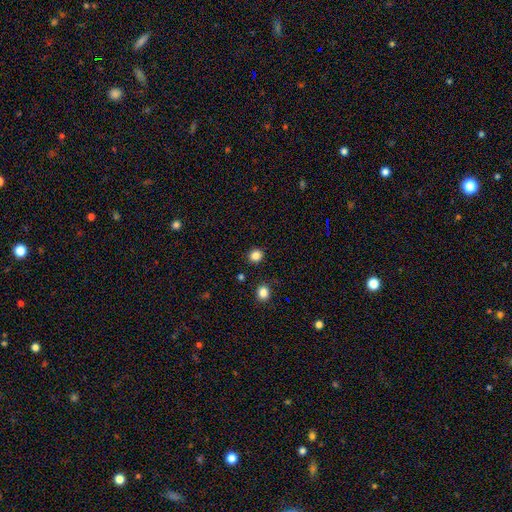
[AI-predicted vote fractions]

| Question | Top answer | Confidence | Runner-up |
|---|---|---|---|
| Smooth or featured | smooth | 84% | star or artifact (12%) |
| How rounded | round | 83% | in between (16%) |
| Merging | none | 90% | minor disturbance (6%) |